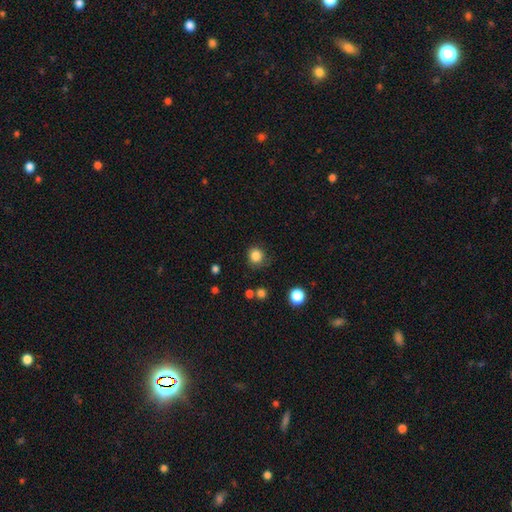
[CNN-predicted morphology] type=smooth (84%); roundness=round (89%); merging=none (80%).